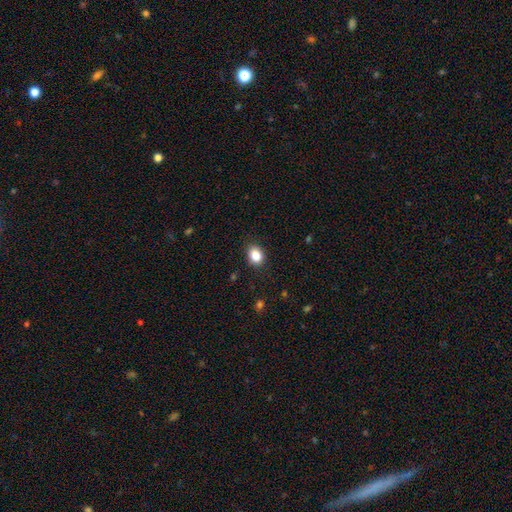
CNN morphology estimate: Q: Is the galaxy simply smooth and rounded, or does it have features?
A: smooth — 86%.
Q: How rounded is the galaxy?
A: in between — 61%.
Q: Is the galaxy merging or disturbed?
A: none — 87%.